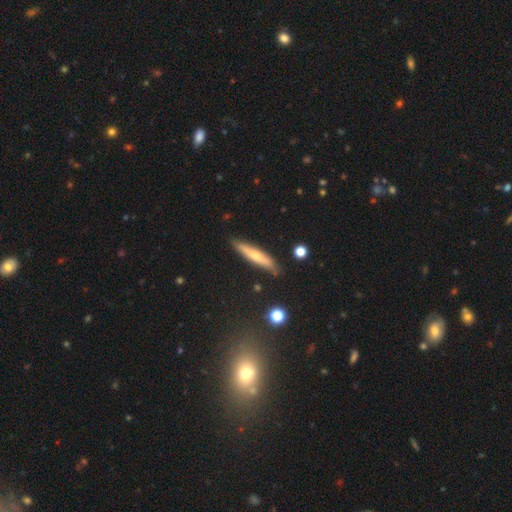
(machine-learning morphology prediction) smooth 51%, featured or disk 43%, star or artifact 7%. Down the decision tree: how rounded — cigar-shaped (88%); merging — none (85%).